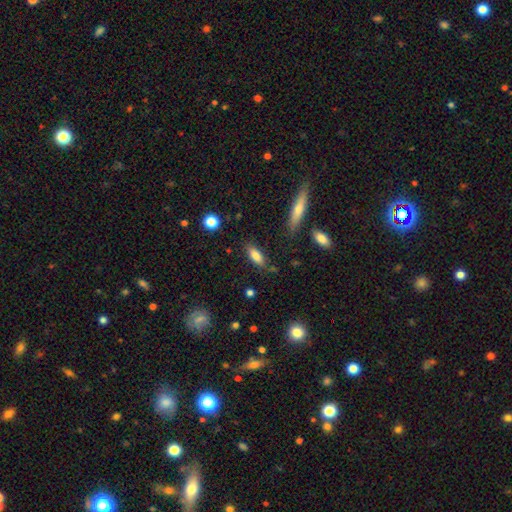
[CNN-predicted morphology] This appears to be a smooth galaxy with no disk features (80%) that is in between round and cigar-shaped (70%). Merging: none (80%).